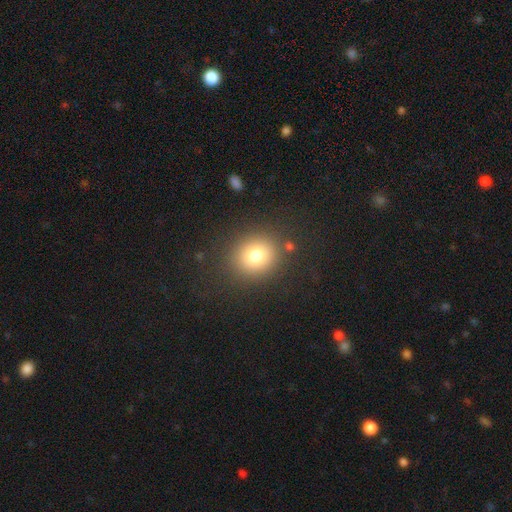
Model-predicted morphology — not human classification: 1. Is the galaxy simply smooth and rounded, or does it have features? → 77% smooth, 14% star or artifact, 10% featured or disk.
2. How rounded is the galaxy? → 81% round, 18% in between, 1% cigar-shaped.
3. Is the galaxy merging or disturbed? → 85% none, 8% minor disturbance, 4% major disturbance, 3% merger.